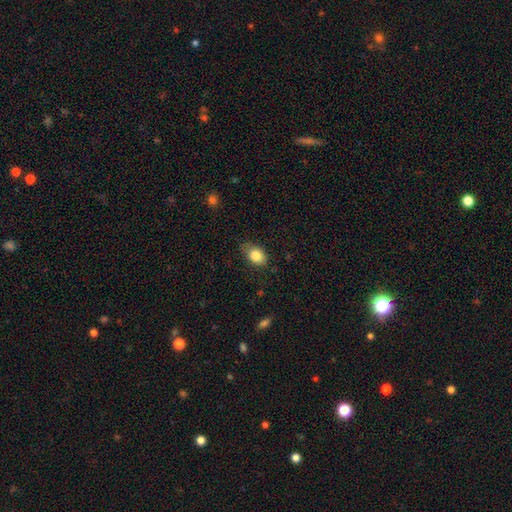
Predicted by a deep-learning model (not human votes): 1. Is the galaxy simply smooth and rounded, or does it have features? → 84% smooth, 8% featured or disk, 8% star or artifact.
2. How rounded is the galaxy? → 81% in between, 18% round, 2% cigar-shaped.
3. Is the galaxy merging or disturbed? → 69% none, 24% minor disturbance, 5% major disturbance, 1% merger.